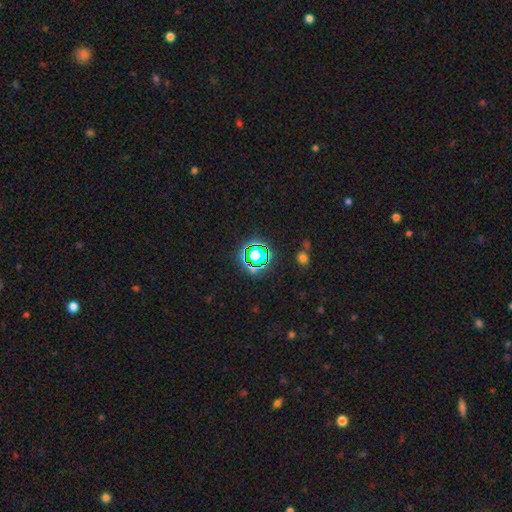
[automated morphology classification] Smooth or featured: star or artifact — 70% (smooth — 20%)